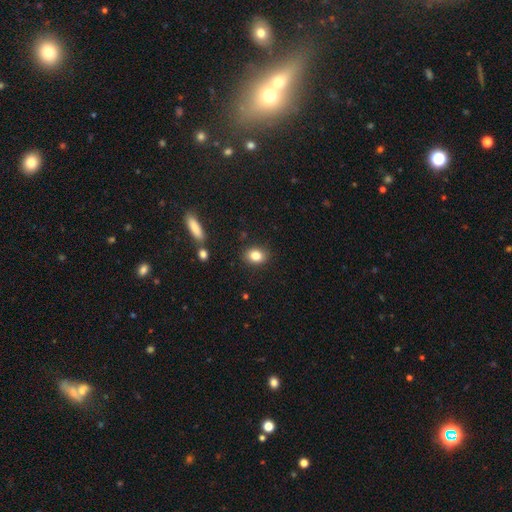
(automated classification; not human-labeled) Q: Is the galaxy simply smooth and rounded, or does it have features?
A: smooth — 83%.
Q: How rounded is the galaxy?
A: in between — 62%.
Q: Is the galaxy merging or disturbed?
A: none — 87%.